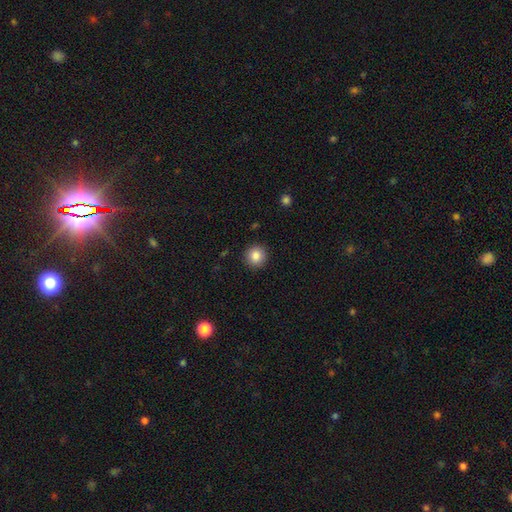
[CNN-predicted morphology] The model was most divided on "smooth or featured": smooth: 85%, star or artifact: 10%, featured or disk: 6%. More confident: how rounded — round (95%); merging — none (92%).